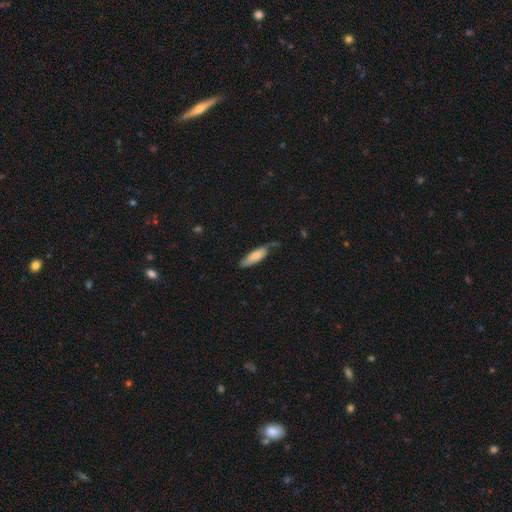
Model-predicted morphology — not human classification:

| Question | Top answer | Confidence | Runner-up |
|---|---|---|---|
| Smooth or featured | smooth | 71% | featured or disk (23%) |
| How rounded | in between | 51% | cigar-shaped (47%) |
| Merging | none | 51% | minor disturbance (34%) |